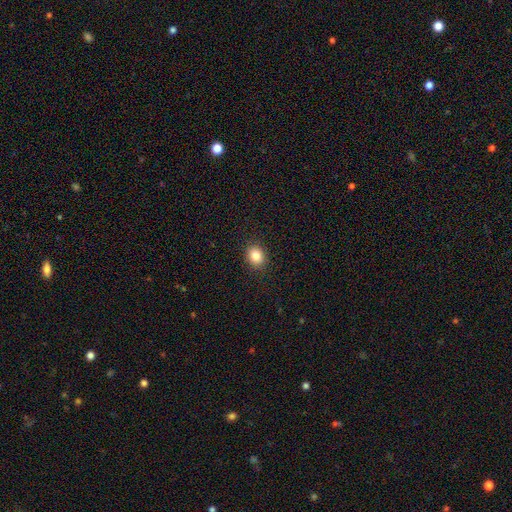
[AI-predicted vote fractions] Overall: smooth (84%). How rounded: round (58%; in between 41%). Merging: none (90%).